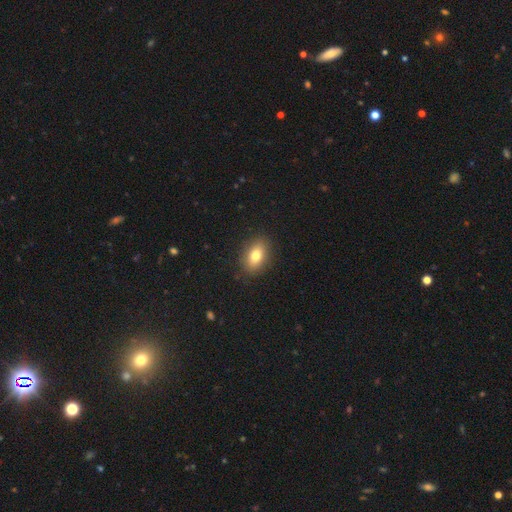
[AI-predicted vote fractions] Morphology: type=smooth (78%); roundness=in between (83%); merging=none (88%).